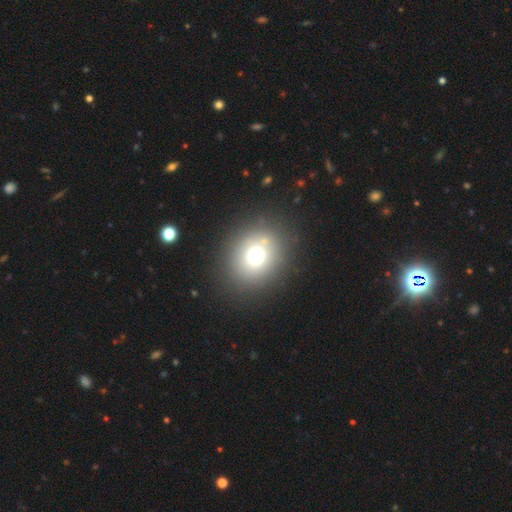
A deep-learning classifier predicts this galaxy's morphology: Smooth or featured? Predicted: smooth (p=0.69). How rounded? Predicted: round (p=0.74). Merging? Predicted: none (p=0.84).